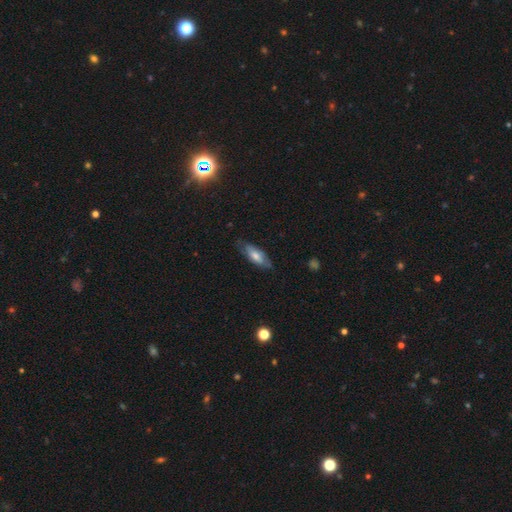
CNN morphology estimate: smooth-or-featured: smooth: 58% | featured or disk: 35% | star or artifact: 7%
  how-rounded: in between: 68% | cigar-shaped: 30% | round: 2%
  merging: none: 72% | minor disturbance: 22% | major disturbance: 5% | merger: 1%